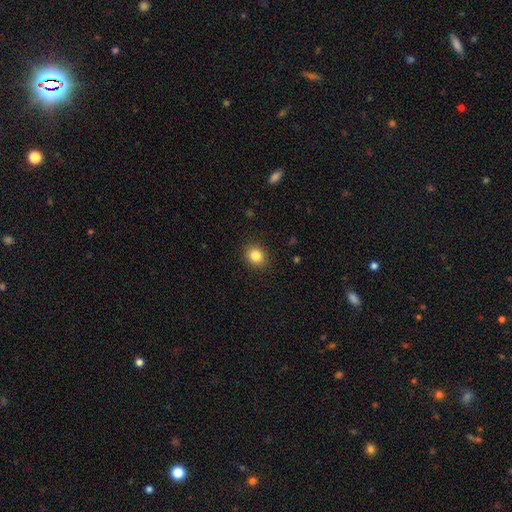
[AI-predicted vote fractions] smooth-or-featured: smooth: 84% | star or artifact: 10% | featured or disk: 5%
  how-rounded: round: 69% | in between: 30% | cigar-shaped: 1%
  merging: none: 90% | minor disturbance: 7% | major disturbance: 2% | merger: 1%